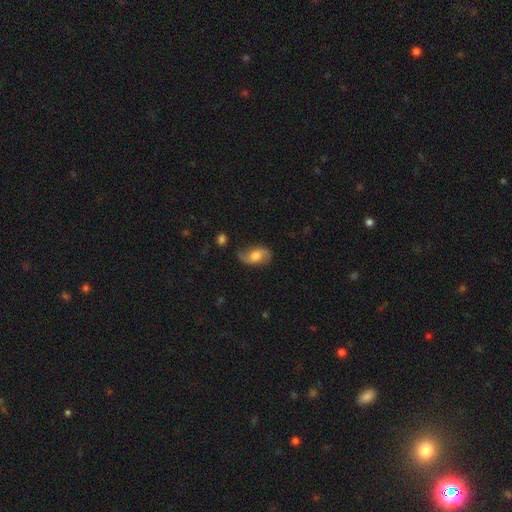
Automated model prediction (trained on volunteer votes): smooth_or_featured: featured or disk (p=0.52) [alt: smooth p=0.41]
disk_edge_on: no (p=0.94) [alt: yes p=0.06]
merging: none (p=0.63) [alt: minor disturbance p=0.25]